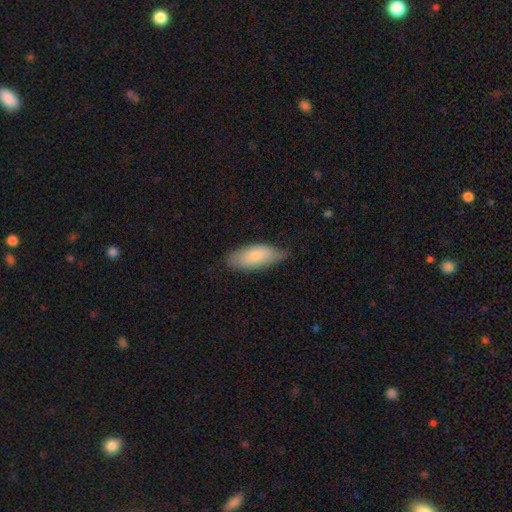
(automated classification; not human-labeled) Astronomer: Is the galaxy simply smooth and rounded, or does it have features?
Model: smooth — 74%.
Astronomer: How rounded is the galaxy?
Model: in between — 86%.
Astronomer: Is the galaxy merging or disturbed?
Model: none — 64%.